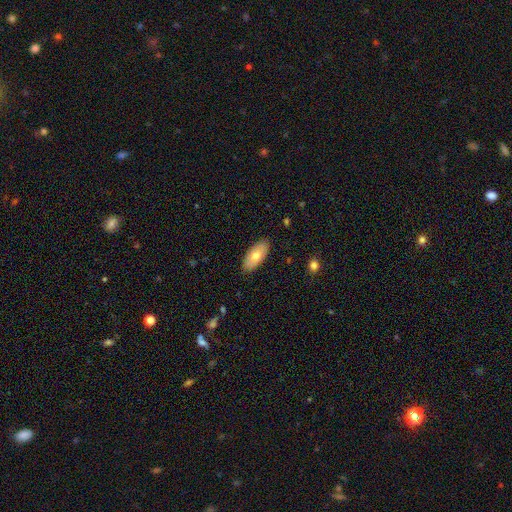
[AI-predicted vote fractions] smooth 70%, featured or disk 24%, star or artifact 6%. Down the decision tree: how rounded — in between (89%); merging — none (87%).